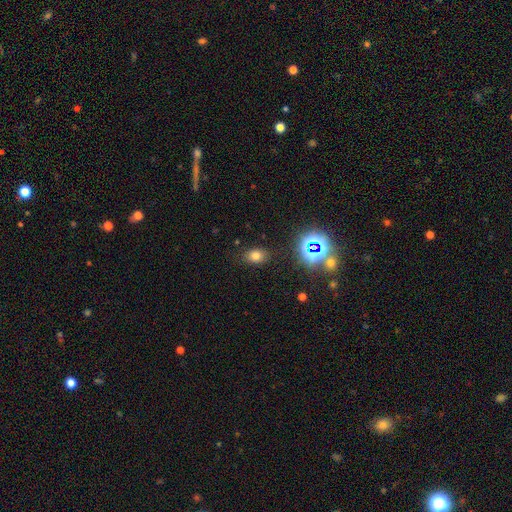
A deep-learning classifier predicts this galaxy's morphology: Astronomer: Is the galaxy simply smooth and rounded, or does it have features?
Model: smooth — 71%.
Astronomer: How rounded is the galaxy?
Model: in between — 72%.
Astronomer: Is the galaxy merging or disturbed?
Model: none — 84%.